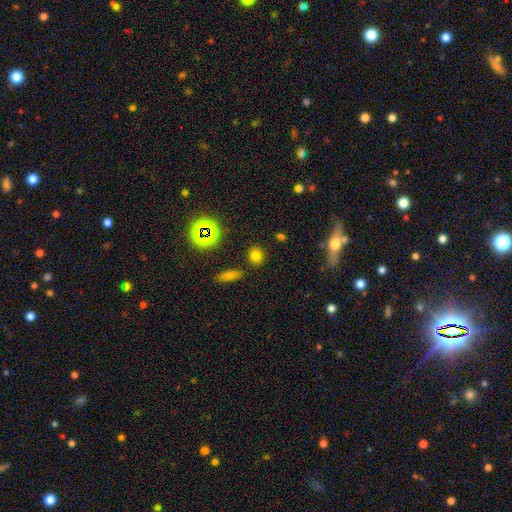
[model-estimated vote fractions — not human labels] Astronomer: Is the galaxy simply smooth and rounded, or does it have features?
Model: smooth — 75%.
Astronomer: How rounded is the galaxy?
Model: round — 79%.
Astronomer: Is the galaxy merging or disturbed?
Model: none — 85%.